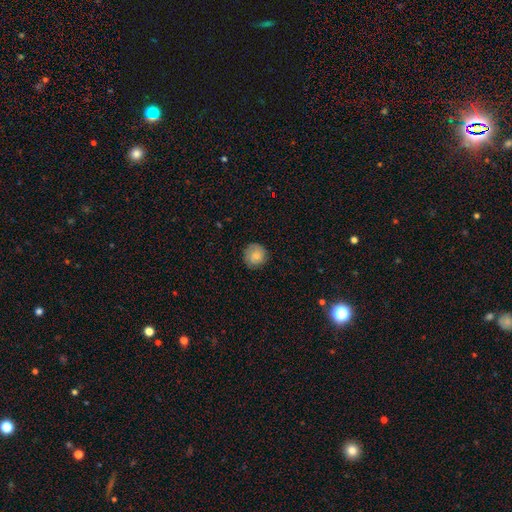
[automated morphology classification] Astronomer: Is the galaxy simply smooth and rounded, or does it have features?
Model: smooth — 78%.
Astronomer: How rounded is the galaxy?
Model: round — 91%.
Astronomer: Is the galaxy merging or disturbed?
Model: none — 80%.